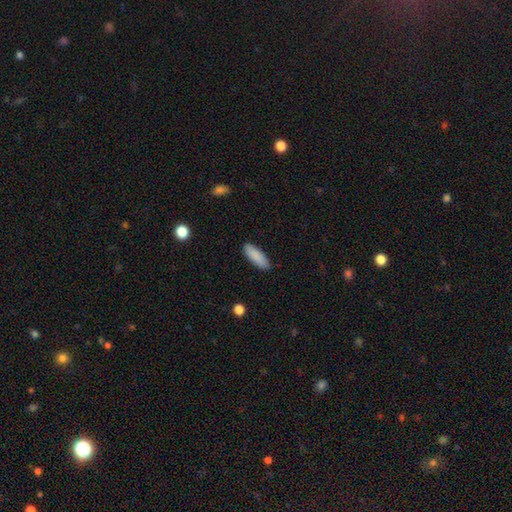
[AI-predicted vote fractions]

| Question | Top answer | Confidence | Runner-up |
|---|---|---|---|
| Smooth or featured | smooth | 89% | star or artifact (6%) |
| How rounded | in between | 60% | cigar-shaped (38%) |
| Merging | none | 88% | minor disturbance (9%) |